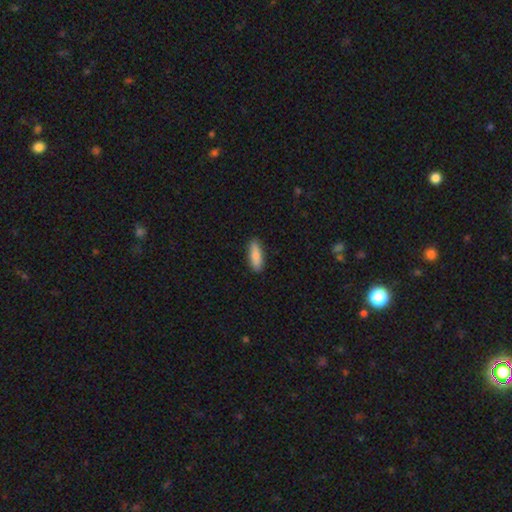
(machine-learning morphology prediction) This appears to be a smooth galaxy with no disk features (86%) that is in between round and cigar-shaped (54%). Merging: none (87%).